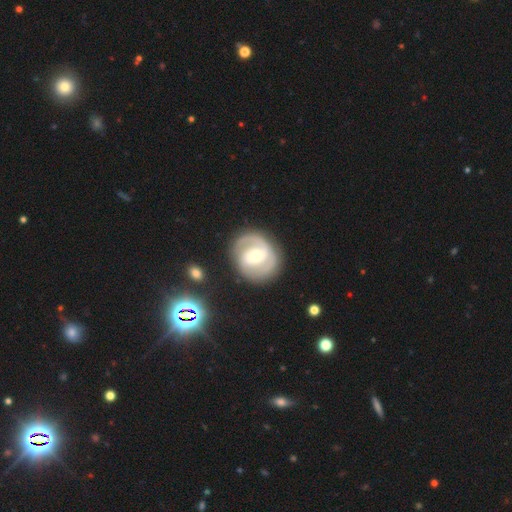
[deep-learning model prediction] A featured or disk galaxy (82%) with a weak bar (48%), 2 (79%) tight (44%) spiral arms (92%) and a moderate central bulge (66%).

Vote fractions:
- Smooth or featured? featured or disk: 82% / smooth: 13% / star or artifact: 5%
- Edge-on disk? no: 98% / yes: 2%
- Bar? weak: 48% / no: 27% / strong: 24%
- Spiral arms? yes: 92% / no: 8%
- Spiral winding? tight: 44% / medium: 43% / loose: 13%
- Spiral arm count? 2: 79% / can't tell: 8% / 1: 5% / 3: 5% / 4: 1% / more than 4: 1%
- Bulge size? moderate: 66% / small: 27% / large: 5% / dominant: 1% / none: 1%
- Merging? none: 81% / minor disturbance: 12% / major disturbance: 5% / merger: 2%